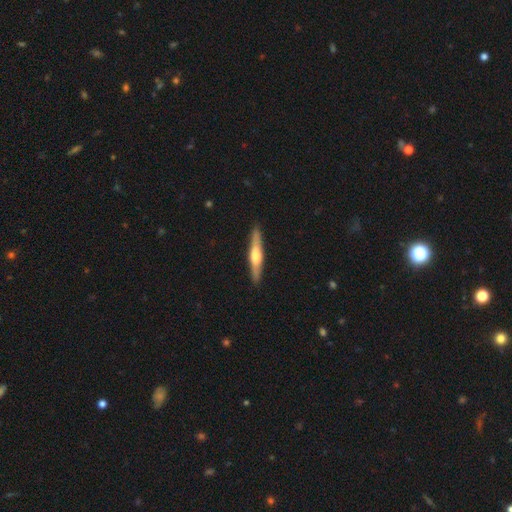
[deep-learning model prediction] Smooth or featured? Predicted: featured or disk (p=0.56). Edge-on disk? Predicted: yes (p=0.95). Edge-on bulge? Predicted: rounded (p=0.85). Merging? Predicted: none (p=0.90).